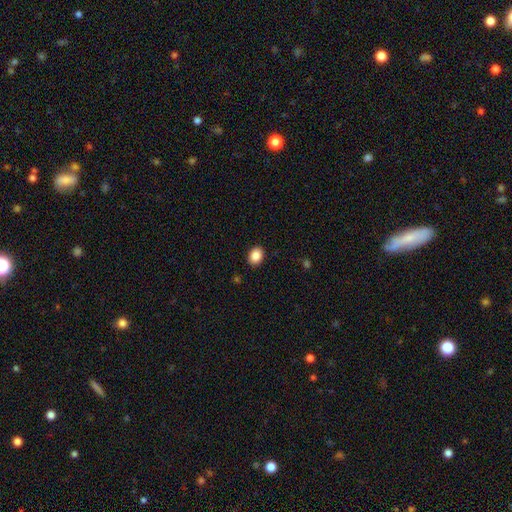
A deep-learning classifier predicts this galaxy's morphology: Smooth or featured?
  - smooth: 88% *
  - star or artifact: 9%
  - featured or disk: 3%
How rounded?
  - in between: 58% *
  - round: 41%
  - cigar-shaped: 1%
Merging?
  - none: 91% *
  - minor disturbance: 6%
  - major disturbance: 2%
  - merger: 1%